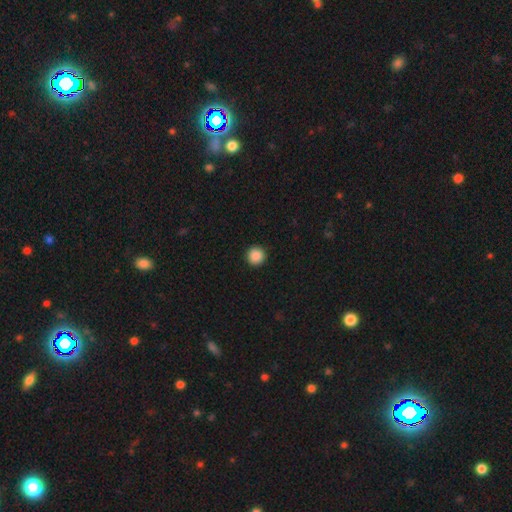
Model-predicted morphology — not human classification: smooth_or_featured: smooth (p=0.89) [alt: star or artifact p=0.09]
how_rounded: round (p=0.96) [alt: in between p=0.03]
merging: none (p=0.93) [alt: minor disturbance p=0.04]